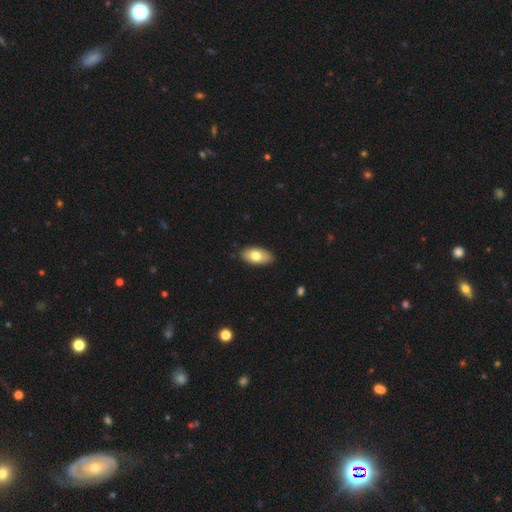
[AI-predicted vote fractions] Smooth or featured?
  - smooth: 75% *
  - featured or disk: 18%
  - star or artifact: 6%
How rounded?
  - in between: 94% *
  - cigar-shaped: 3%
  - round: 3%
Merging?
  - none: 86% *
  - minor disturbance: 11%
  - major disturbance: 2%
  - merger: 1%